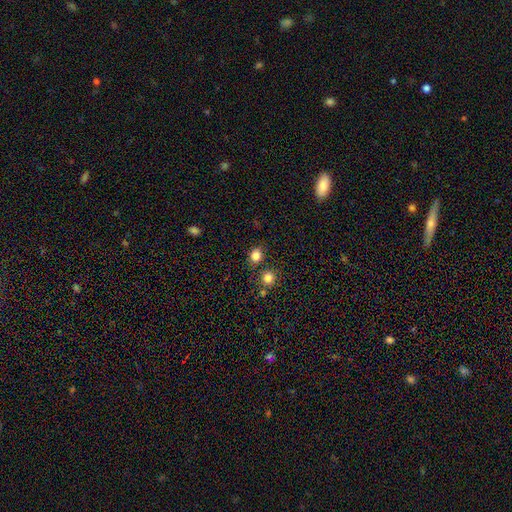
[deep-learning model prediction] Q: Smooth or featured?
A: smooth (83%); runner-up: star or artifact (13%)
Q: How rounded?
A: round (78%); runner-up: in between (21%)
Q: Merging?
A: none (79%); runner-up: minor disturbance (9%)